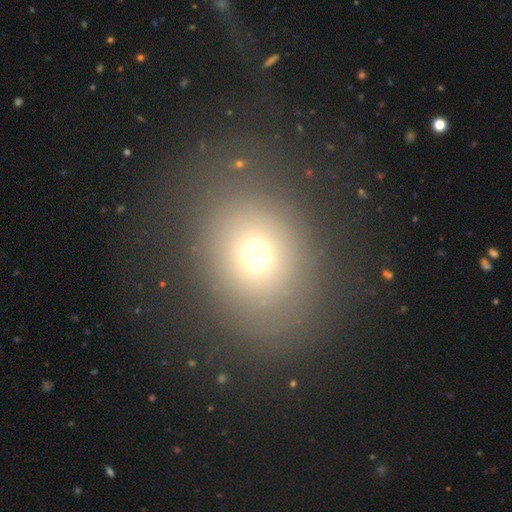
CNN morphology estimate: Overall: smooth (68%). How rounded: round (55%; in between 44%). Merging: none (74%).